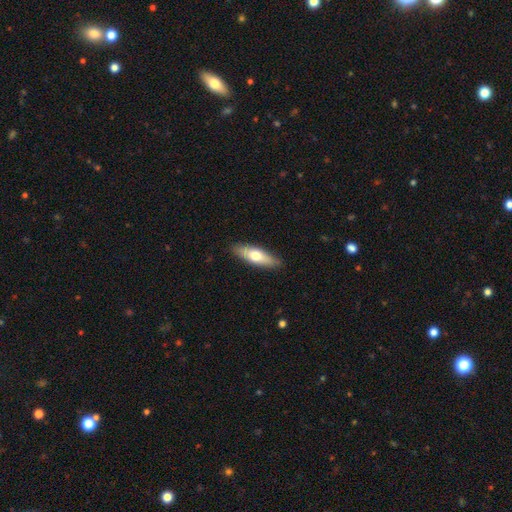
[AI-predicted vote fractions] A smooth galaxy with no disk features (63%) that is in between round and cigar-shaped (53%). Merging: none (88%).